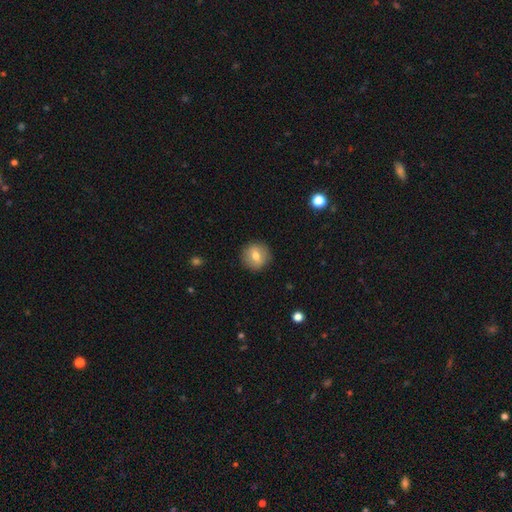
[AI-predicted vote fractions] This appears to be a smooth galaxy with no disk features (71%) that is round (91%). Merging: none (90%).